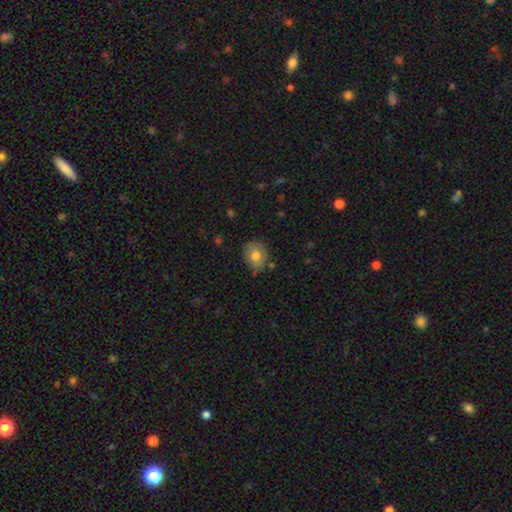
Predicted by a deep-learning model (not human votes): This appears to be a smooth galaxy with no disk features (75%) that is round (53%). Merging: none (77%).